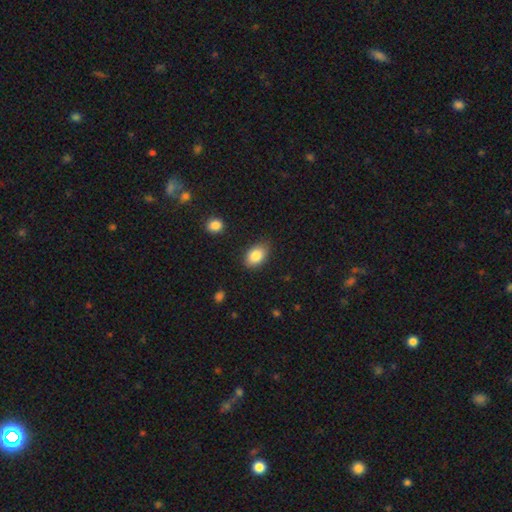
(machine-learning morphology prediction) smooth 85%, star or artifact 7%, featured or disk 7%. Down the decision tree: how rounded — in between (86%); merging — none (81%).